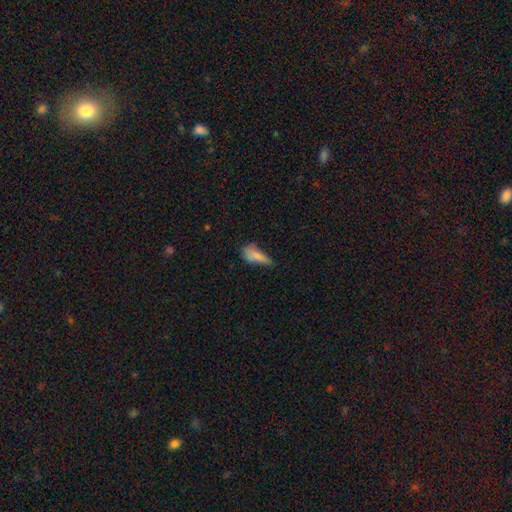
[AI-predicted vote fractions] Overall: smooth (74%). How rounded: in between (67%; cigar-shaped 28%). Merging: minor disturbance (39%; major disturbance 29%).